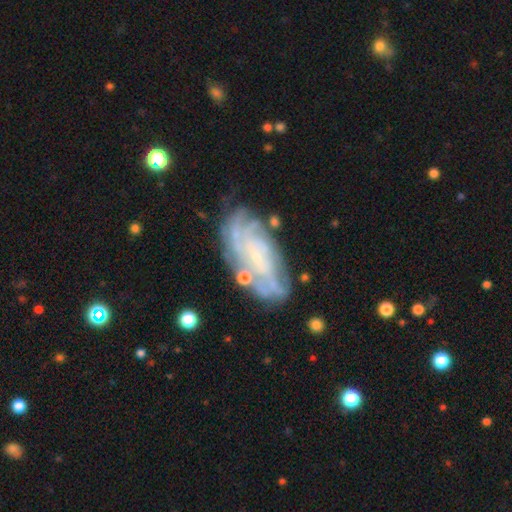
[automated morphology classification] type=featured or disk (79%); edge-on=no (93%); bar=no (65%); spiral arms=yes (91%); winding=tight (67%); arm count=can't tell (46%); bulge=small (77%); merging=none (69%).